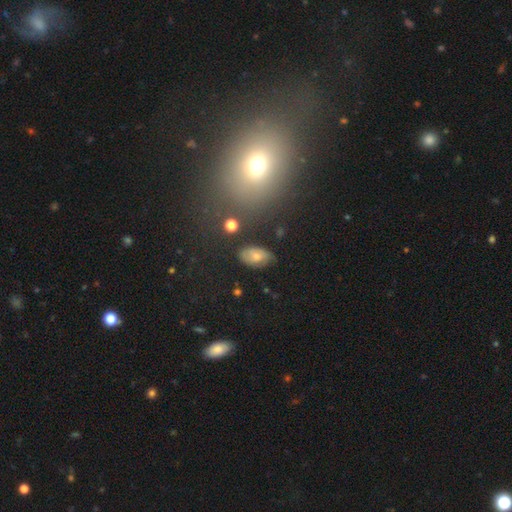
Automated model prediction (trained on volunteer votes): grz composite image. It shows a smooth galaxy with no disk features (59%) that is in between round and cigar-shaped (91%). Merging: none (66%).